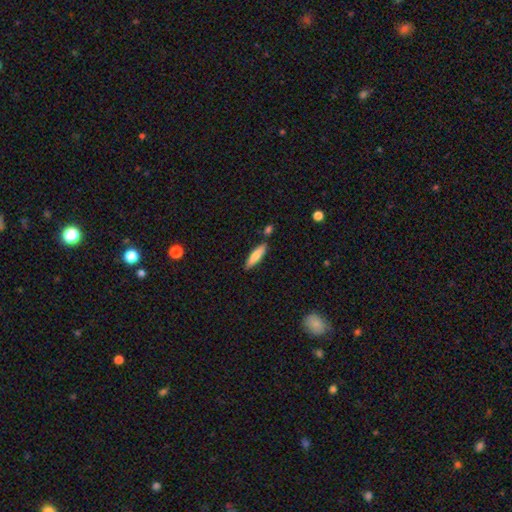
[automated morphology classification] This is likely a smooth galaxy (73%). How rounded: likely cigar-shaped (72%). Merging: clearly none (82%).